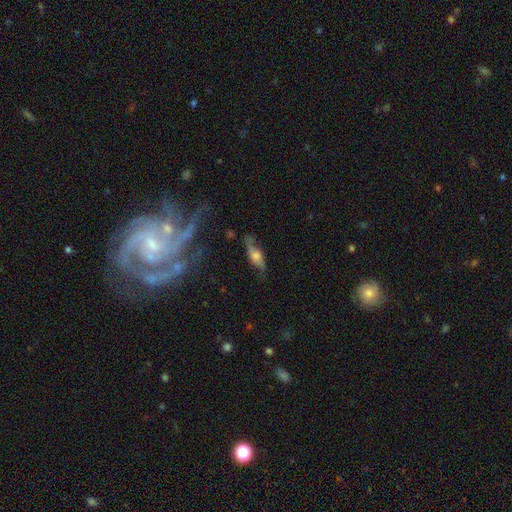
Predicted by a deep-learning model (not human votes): A featured or disk galaxy (60%) viewed edge-on (53%). Merging: none (65%).